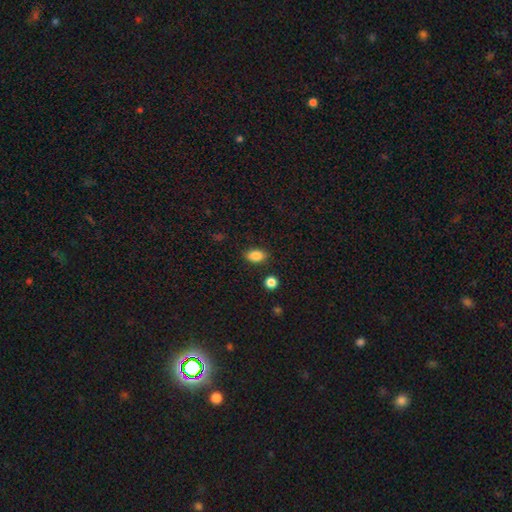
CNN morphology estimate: A smooth galaxy with no disk features (86%) that is in between round and cigar-shaped (85%). Merging: none (86%).